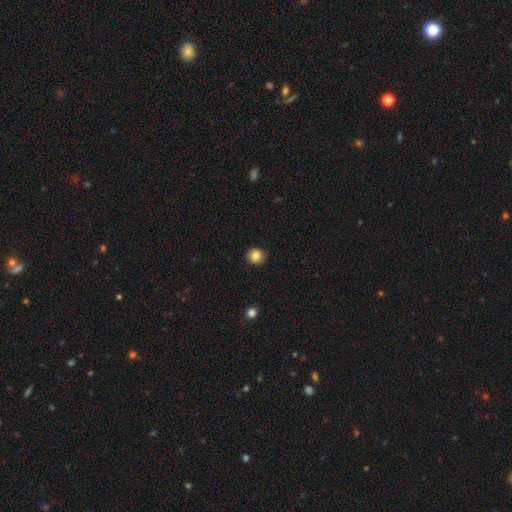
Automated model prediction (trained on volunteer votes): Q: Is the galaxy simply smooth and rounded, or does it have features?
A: smooth — 83%.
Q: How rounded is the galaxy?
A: round — 90%.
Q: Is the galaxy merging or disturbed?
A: none — 90%.